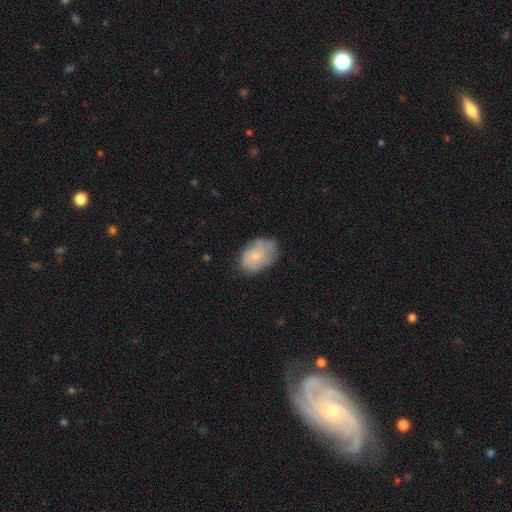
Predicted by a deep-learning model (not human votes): This appears to be a smooth galaxy with no disk features (61%) that is in between round and cigar-shaped (82%). Merging: none (63%).